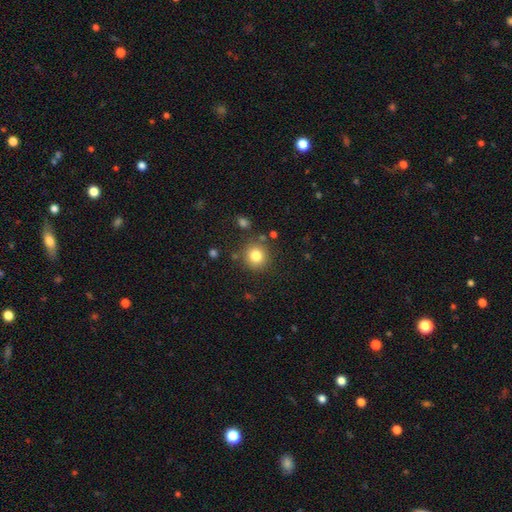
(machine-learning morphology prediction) The model was most divided on "smooth or featured": smooth: 81%, star or artifact: 12%, featured or disk: 8%. More confident: how rounded — round (92%); merging — none (84%).